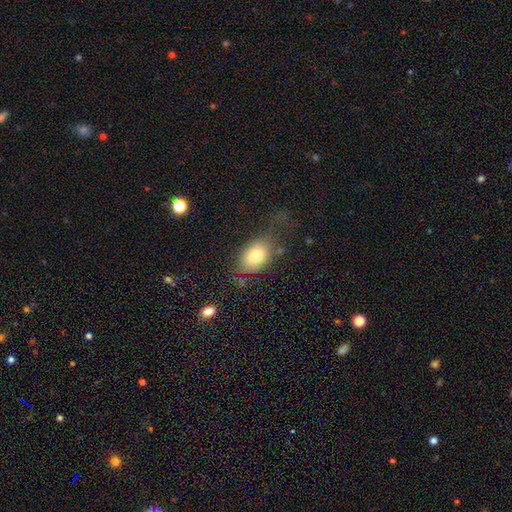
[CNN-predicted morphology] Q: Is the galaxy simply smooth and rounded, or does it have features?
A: smooth — 76%.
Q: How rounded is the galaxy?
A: in between — 79%.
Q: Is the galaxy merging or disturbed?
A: none — 55%.